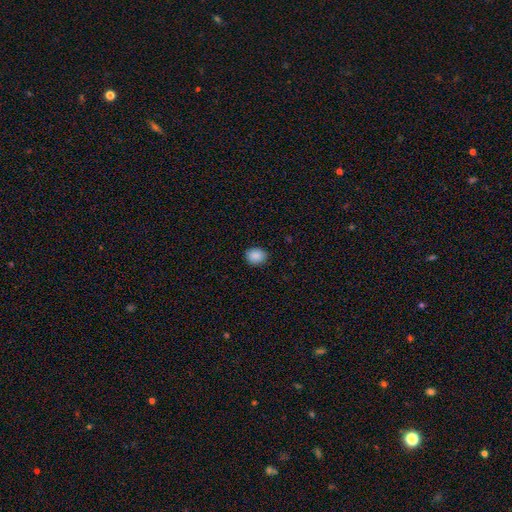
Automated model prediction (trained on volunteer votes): Q: Smooth or featured?
A: smooth (88%); runner-up: star or artifact (8%)
Q: How rounded?
A: round (58%); runner-up: in between (41%)
Q: Merging?
A: none (87%); runner-up: minor disturbance (10%)